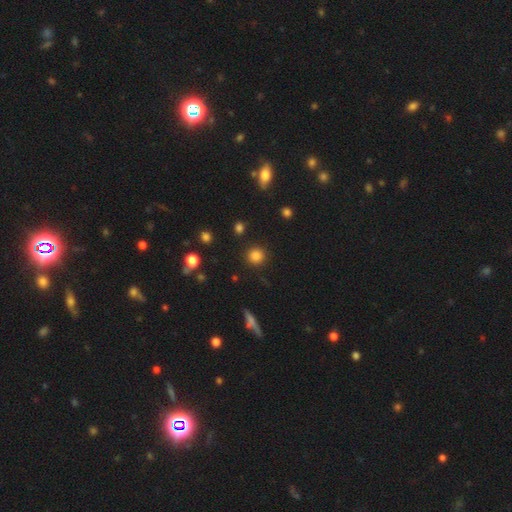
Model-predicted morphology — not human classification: Q: Smooth or featured?
A: smooth (84%); runner-up: star or artifact (12%)
Q: How rounded?
A: round (93%); runner-up: in between (6%)
Q: Merging?
A: none (90%); runner-up: minor disturbance (6%)